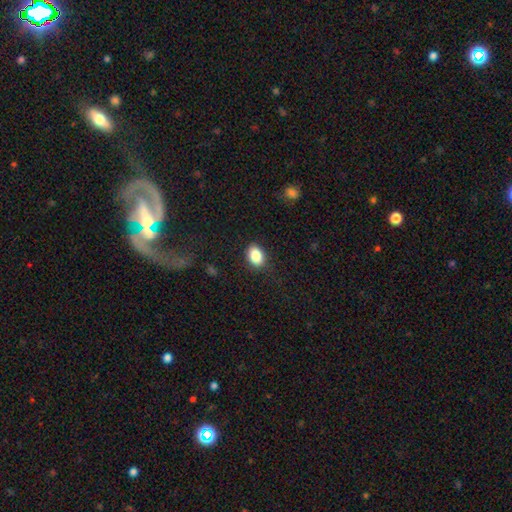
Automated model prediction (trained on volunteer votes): A smooth galaxy with no disk features (86%) that is in between round and cigar-shaped (79%).

Vote fractions:
- Smooth or featured? smooth: 86% / star or artifact: 8% / featured or disk: 6%
- How rounded? in between: 79% / round: 19% / cigar-shaped: 1%
- Merging? none: 86% / minor disturbance: 10% / major disturbance: 3% / merger: 1%